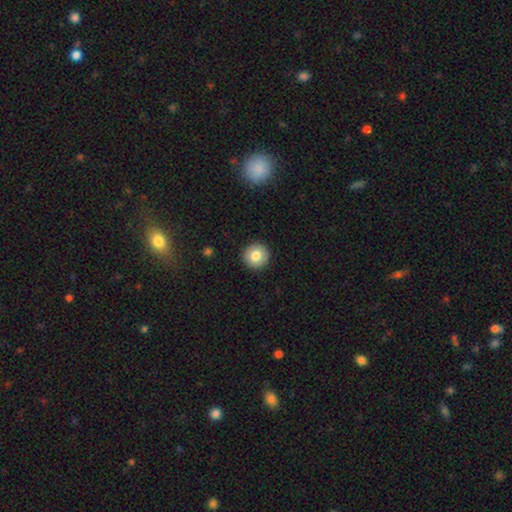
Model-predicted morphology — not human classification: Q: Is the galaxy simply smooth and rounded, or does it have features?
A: smooth — 79%.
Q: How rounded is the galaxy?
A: round — 94%.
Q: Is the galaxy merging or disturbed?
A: none — 93%.